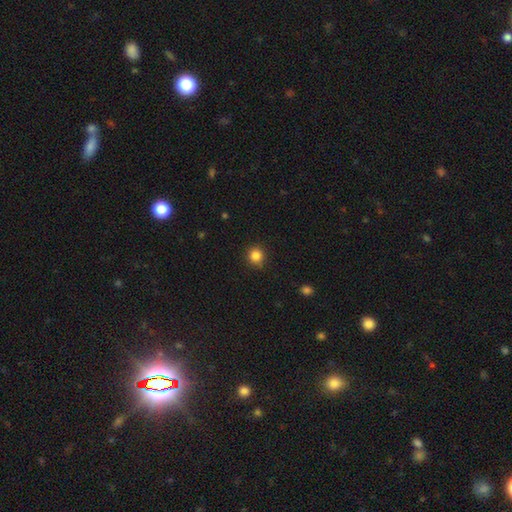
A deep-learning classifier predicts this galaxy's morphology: Q: Smooth or featured?
A: smooth (84%); runner-up: star or artifact (12%)
Q: How rounded?
A: round (92%); runner-up: in between (7%)
Q: Merging?
A: none (88%); runner-up: minor disturbance (9%)